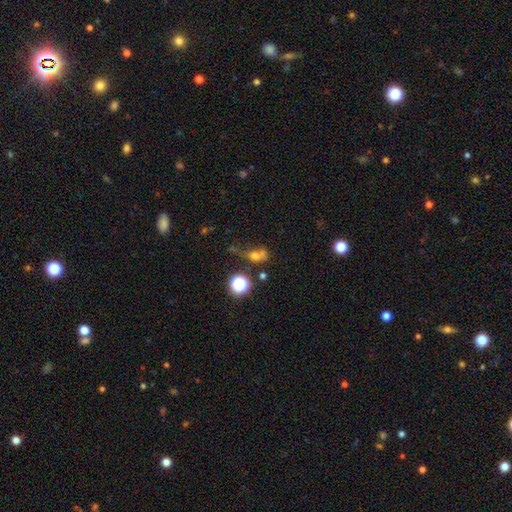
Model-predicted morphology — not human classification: type=smooth (60%); roundness=round (53%); merging=merger (35%).